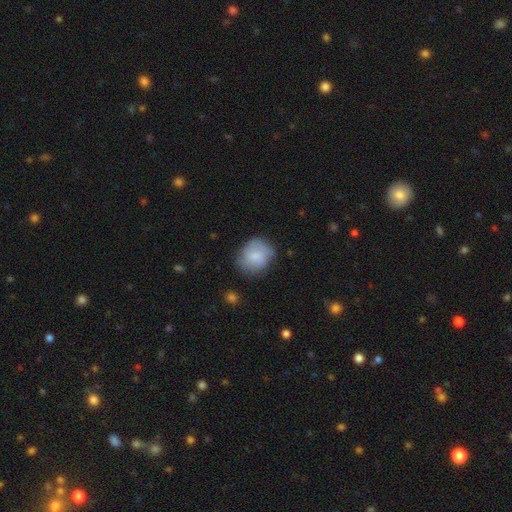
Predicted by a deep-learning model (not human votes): This is likely a smooth galaxy (72%). How rounded: likely round (68%). Merging: likely none (62%).